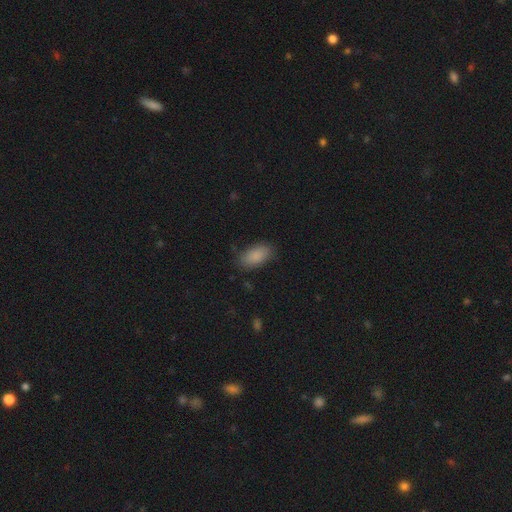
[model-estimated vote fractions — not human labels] smooth_or_featured: smooth (p=0.88) [alt: star or artifact p=0.07]
how_rounded: in between (p=0.93) [alt: cigar-shaped p=0.04]
merging: none (p=0.81) [alt: minor disturbance p=0.14]